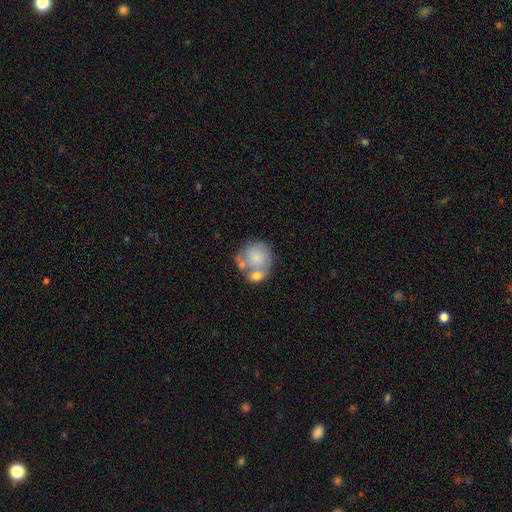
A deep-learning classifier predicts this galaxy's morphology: smooth_or_featured: smooth (p=0.68) [alt: featured or disk p=0.25]
how_rounded: round (p=0.81) [alt: in between p=0.18]
merging: merger (p=0.42) [alt: none p=0.34]